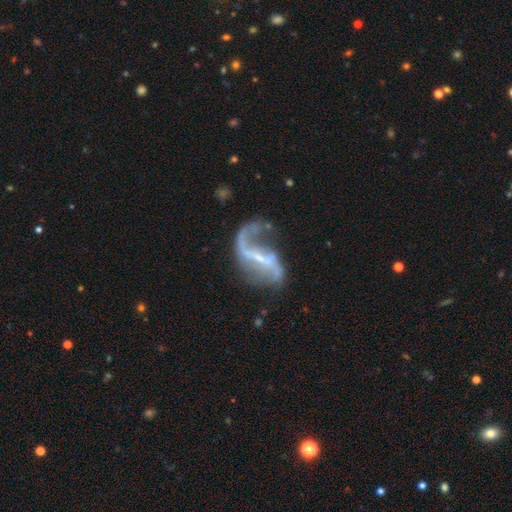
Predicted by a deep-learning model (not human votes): Smooth or featured? Predicted: featured or disk (p=0.86). Edge-on disk? Predicted: no (p=0.96). Bar? Predicted: strong (p=0.48). Spiral arms? Predicted: yes (p=0.90). Spiral winding? Predicted: loose (p=0.80). Spiral arm count? Predicted: 2 (p=0.73). Bulge size? Predicted: small (p=0.64). Merging? Predicted: none (p=0.46).